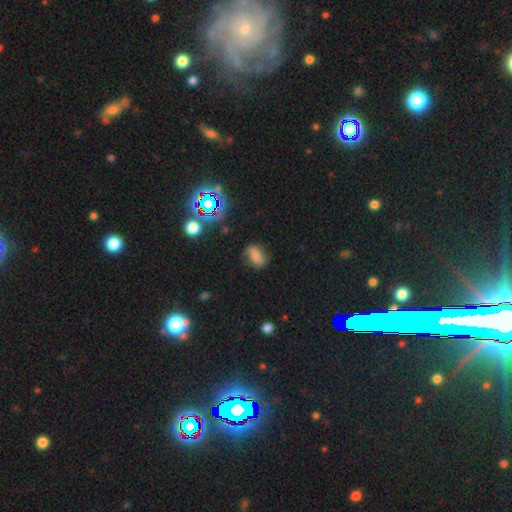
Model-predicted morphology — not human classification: Overall: smooth (68%). How rounded: in between (84%). Merging: none (65%).